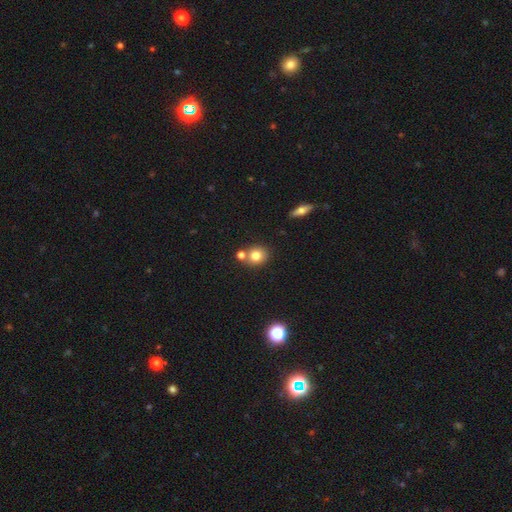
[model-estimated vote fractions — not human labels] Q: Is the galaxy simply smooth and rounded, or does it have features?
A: smooth — 78%.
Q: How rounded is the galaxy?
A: round — 75%.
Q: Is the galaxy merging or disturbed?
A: none — 64%.